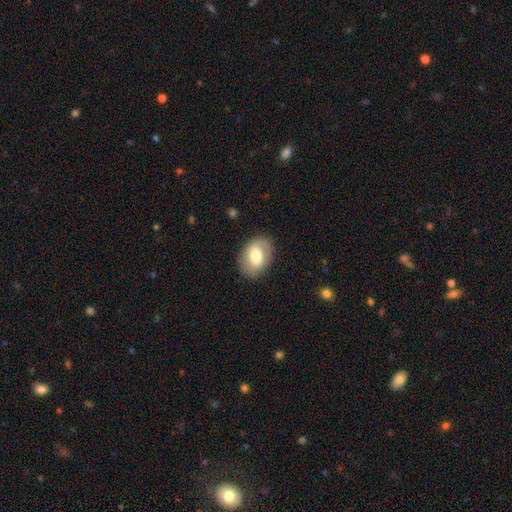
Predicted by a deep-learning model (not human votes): Smooth or featured: smooth — 65% (featured or disk — 28%)
How rounded: in between — 72% (round — 27%)
Merging: none — 84% (minor disturbance — 12%)